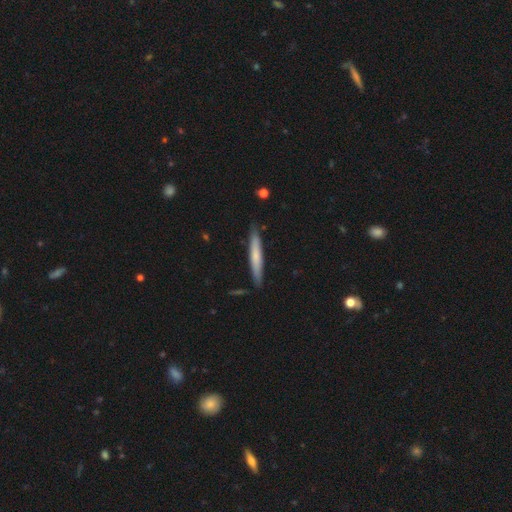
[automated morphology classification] This is likely a smooth galaxy (62%). How rounded: clearly cigar-shaped (95%). Merging: clearly none (87%).